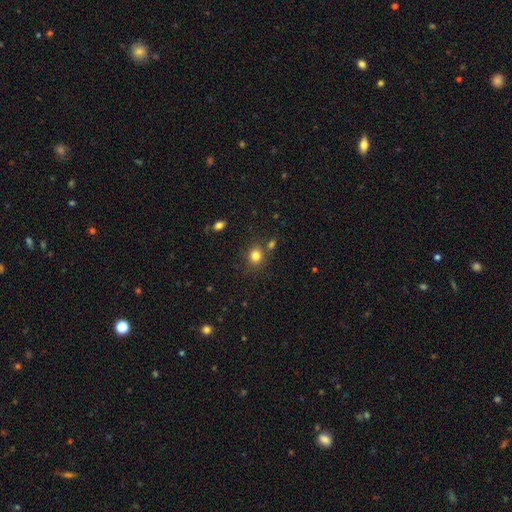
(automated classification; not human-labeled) Q: Smooth or featured?
A: smooth (81%); runner-up: star or artifact (13%)
Q: How rounded?
A: round (73%); runner-up: in between (26%)
Q: Merging?
A: none (76%); runner-up: merger (10%)